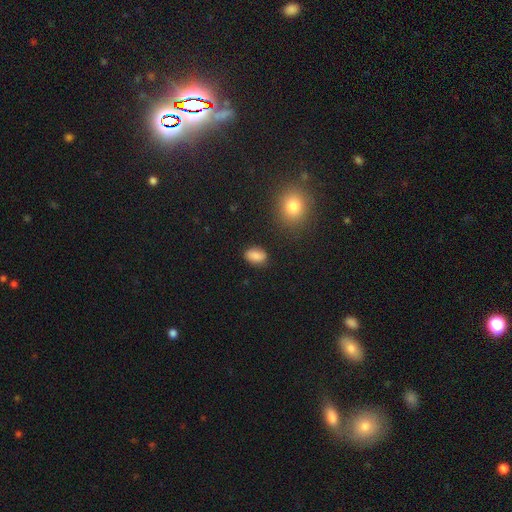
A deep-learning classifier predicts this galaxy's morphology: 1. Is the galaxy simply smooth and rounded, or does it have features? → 83% smooth, 9% star or artifact, 8% featured or disk.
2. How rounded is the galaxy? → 84% in between, 14% round, 2% cigar-shaped.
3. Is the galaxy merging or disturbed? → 83% none, 12% minor disturbance, 3% major disturbance, 2% merger.